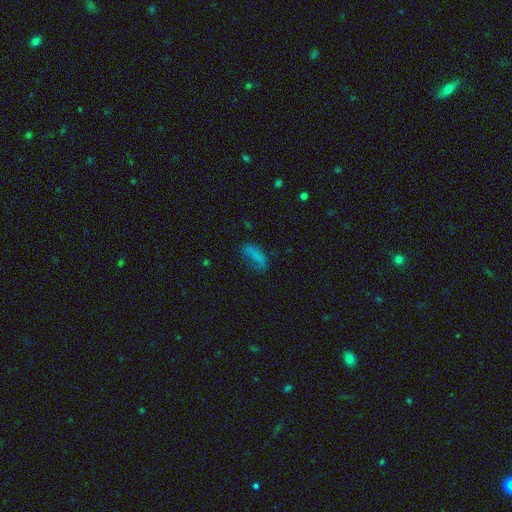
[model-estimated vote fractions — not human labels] smooth_or_featured: smooth (p=0.71) [alt: featured or disk p=0.15]
how_rounded: in between (p=0.63) [alt: cigar-shaped p=0.33]
merging: none (p=0.53) [alt: minor disturbance p=0.26]